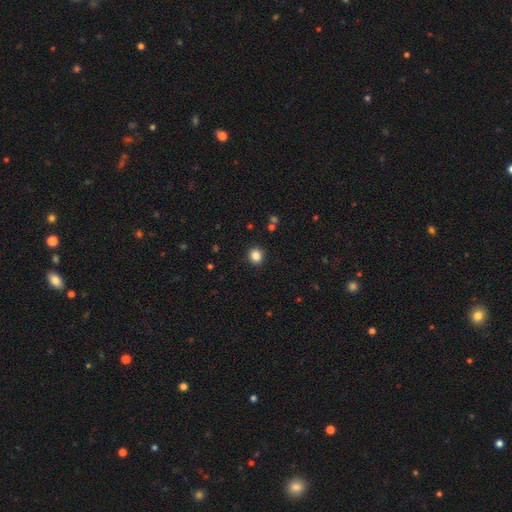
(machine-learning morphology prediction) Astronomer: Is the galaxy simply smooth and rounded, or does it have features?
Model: smooth — 85%.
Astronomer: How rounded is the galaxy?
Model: round — 87%.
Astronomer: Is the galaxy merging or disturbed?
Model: none — 92%.